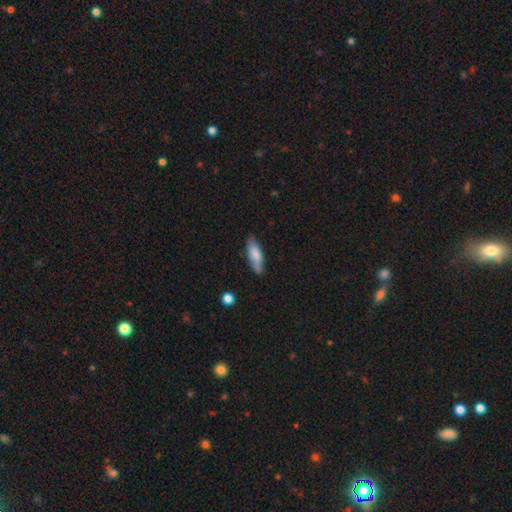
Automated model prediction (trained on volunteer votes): smooth-or-featured: smooth: 76% | featured or disk: 18% | star or artifact: 6%
  how-rounded: in between: 53% | cigar-shaped: 45% | round: 2%
  merging: none: 76% | minor disturbance: 19% | major disturbance: 3% | merger: 2%